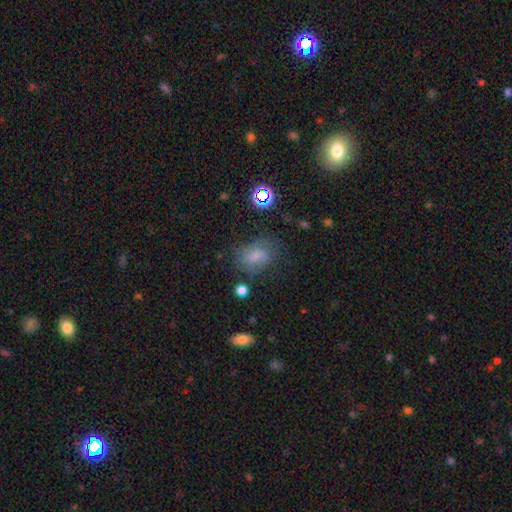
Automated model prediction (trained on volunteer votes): Morphology: type=smooth (56%); roundness=in between (61%); merging=none (58%).